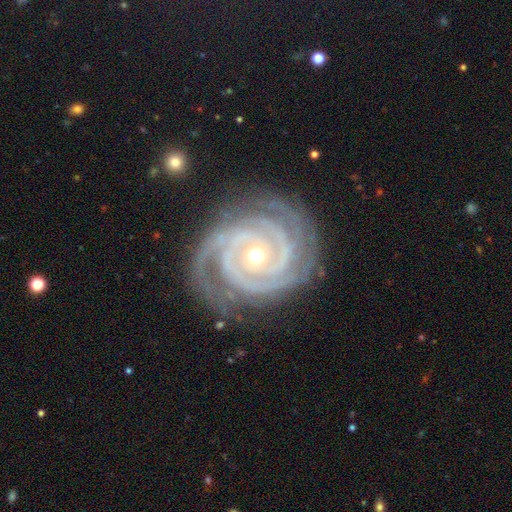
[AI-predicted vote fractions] Overall: featured or disk (93%). Edge-on disk: no (98%). Bar: no (69%). Spiral arms: yes (99%). Spiral arm count: 3 (37%; 2 25%). Spiral winding: tight (85%). Bulge size: small (52%; moderate 46%). Merging: none (79%).